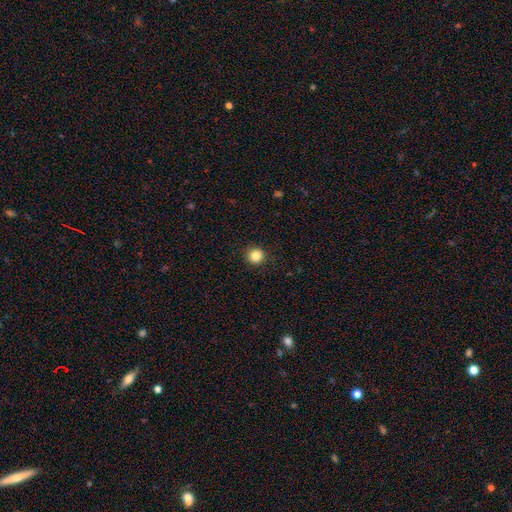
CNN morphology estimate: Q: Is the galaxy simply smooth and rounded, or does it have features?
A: smooth — 85%.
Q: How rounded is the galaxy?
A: round — 94%.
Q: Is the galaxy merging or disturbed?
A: none — 92%.